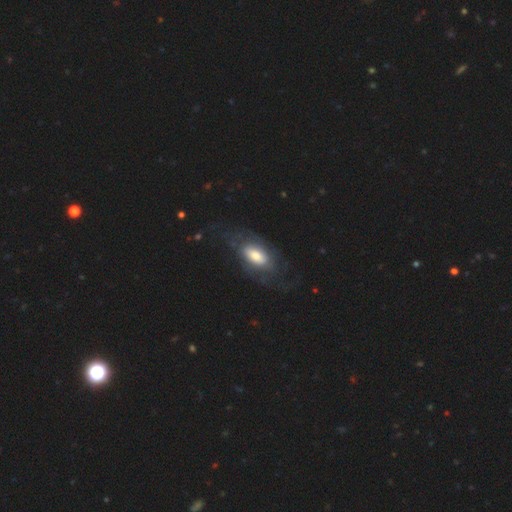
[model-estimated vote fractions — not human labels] Smooth or featured? featured or disk (59%)
Edge-on disk? no (91%)
Bar? no (64%)
Spiral arms? yes (73%)
Bulge size? large (44%)
Merging? none (61%)